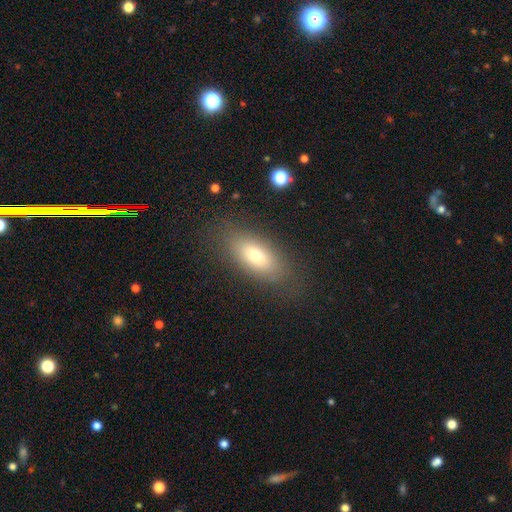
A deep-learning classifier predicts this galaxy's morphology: type=smooth (68%); roundness=in between (81%); merging=none (82%).